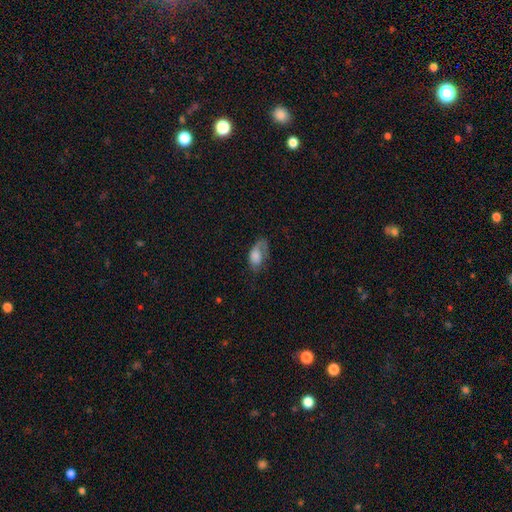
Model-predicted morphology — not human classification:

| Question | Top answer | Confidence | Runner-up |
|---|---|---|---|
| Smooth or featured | smooth | 63% | featured or disk (29%) |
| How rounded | in between | 91% | round (6%) |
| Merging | none | 38% | major disturbance (31%) |